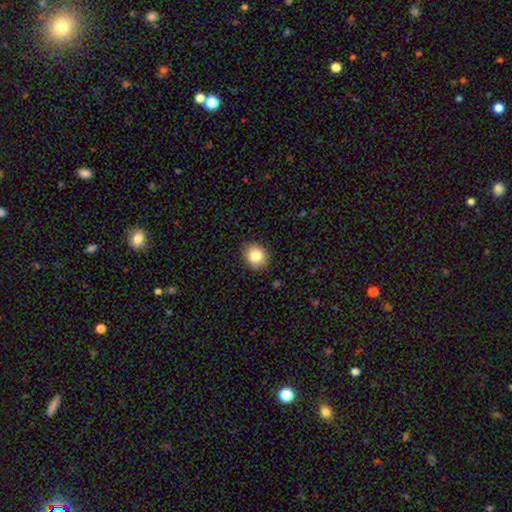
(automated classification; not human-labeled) Smooth or featured: smooth — 83% (star or artifact — 9%)
How rounded: round — 69% (in between — 30%)
Merging: none — 88% (minor disturbance — 9%)